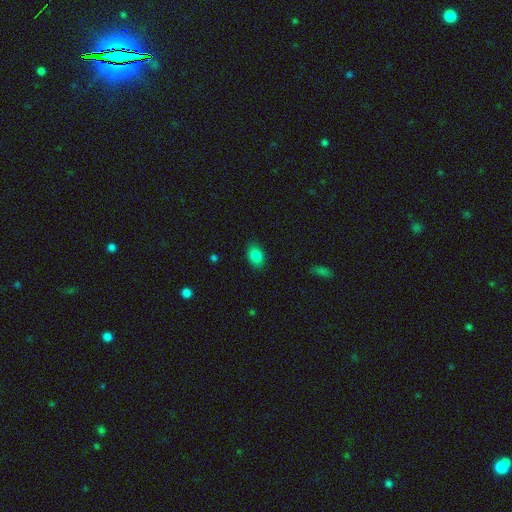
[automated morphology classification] Smooth or featured? Predicted: smooth (p=0.85). How rounded? Predicted: in between (p=0.82). Merging? Predicted: none (p=0.84).